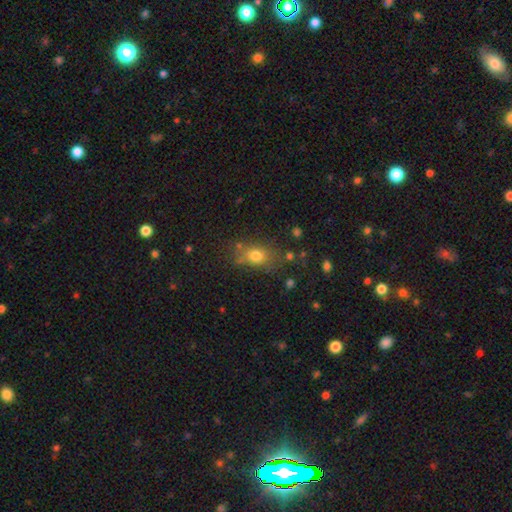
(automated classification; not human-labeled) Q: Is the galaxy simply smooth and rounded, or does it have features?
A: smooth — 76%.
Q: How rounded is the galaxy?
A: in between — 65%.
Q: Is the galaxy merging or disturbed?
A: none — 68%.